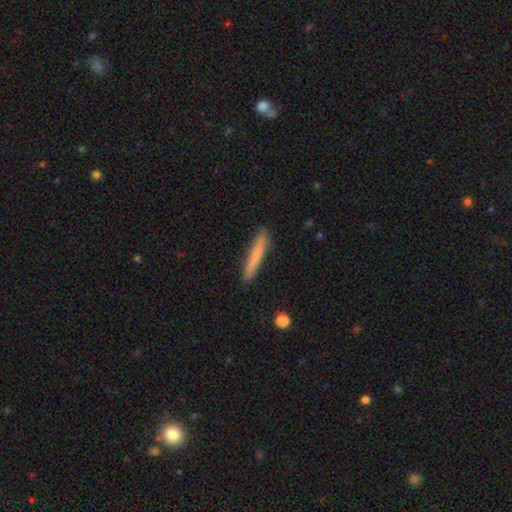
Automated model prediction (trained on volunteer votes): Smooth or featured? smooth (74%)
How rounded? cigar-shaped (95%)
Merging? none (88%)